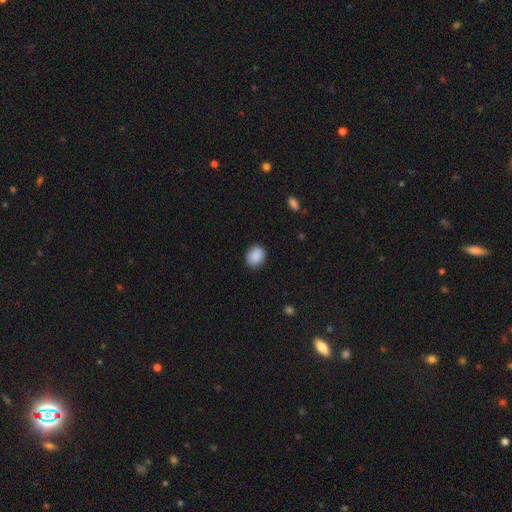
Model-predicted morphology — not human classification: Smooth or featured?
  - smooth: 89% *
  - star or artifact: 8%
  - featured or disk: 4%
How rounded?
  - round: 56% *
  - in between: 43%
  - cigar-shaped: 1%
Merging?
  - none: 86% *
  - minor disturbance: 11%
  - major disturbance: 3%
  - merger: 1%